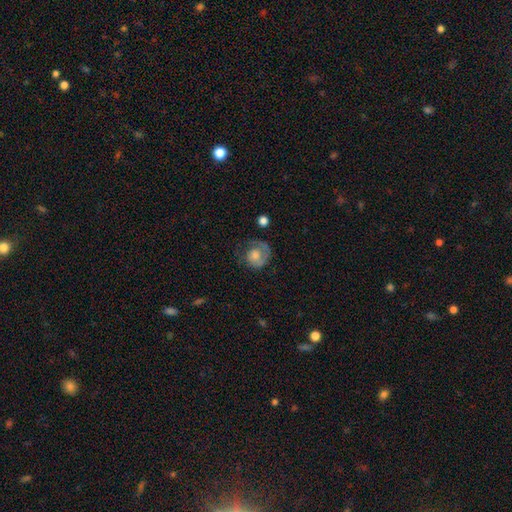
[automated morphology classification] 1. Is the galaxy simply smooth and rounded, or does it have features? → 52% featured or disk, 41% smooth, 7% star or artifact.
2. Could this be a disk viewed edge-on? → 98% no, 2% yes.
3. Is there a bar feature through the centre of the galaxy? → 78% no, 19% weak, 3% strong.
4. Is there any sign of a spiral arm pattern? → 80% yes, 20% no.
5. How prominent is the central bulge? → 46% moderate, 22% small, 21% large, 9% none, 3% dominant.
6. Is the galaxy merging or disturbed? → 53% none, 24% major disturbance, 21% minor disturbance, 2% merger.